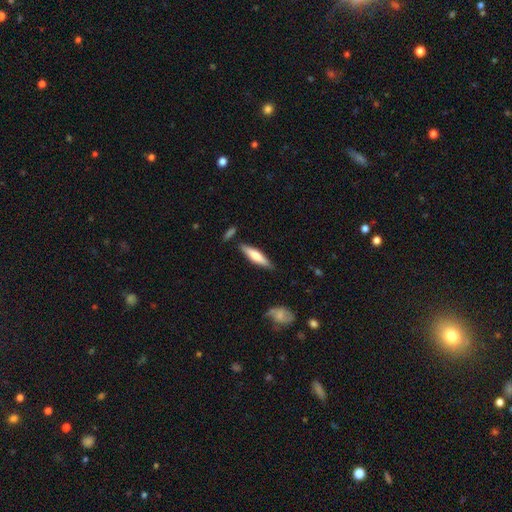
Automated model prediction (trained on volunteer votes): This appears to be a smooth galaxy with no disk features (63%) that is cigar-shaped (75%). Merging: none (81%).